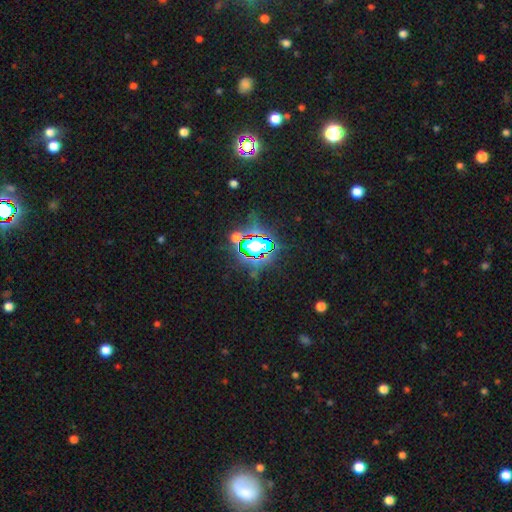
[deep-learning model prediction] This is clearly a star or artifact rather than a galaxy (81%).